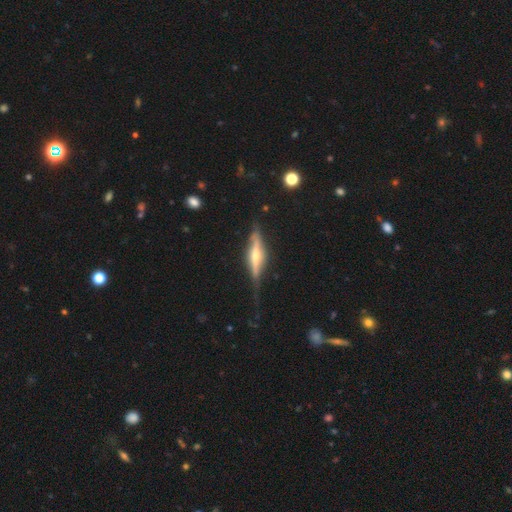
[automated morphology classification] This appears to be a featured or disk galaxy (78%) viewed edge-on (95%) with a rounded central bulge (79%). Merging: none (69%).